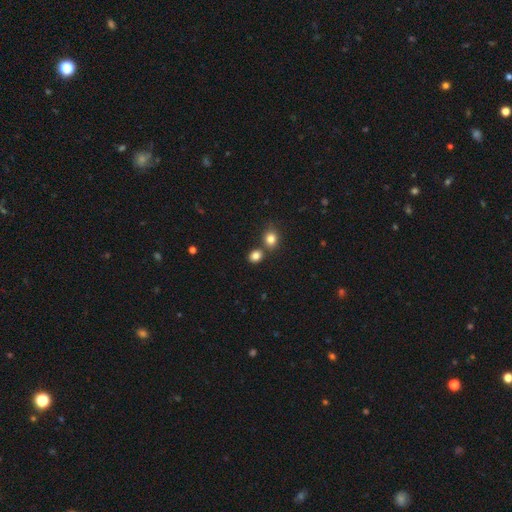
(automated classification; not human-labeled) Smooth or featured? Predicted: smooth (p=0.82). How rounded? Predicted: round (p=0.65). Merging? Predicted: none (p=0.65).